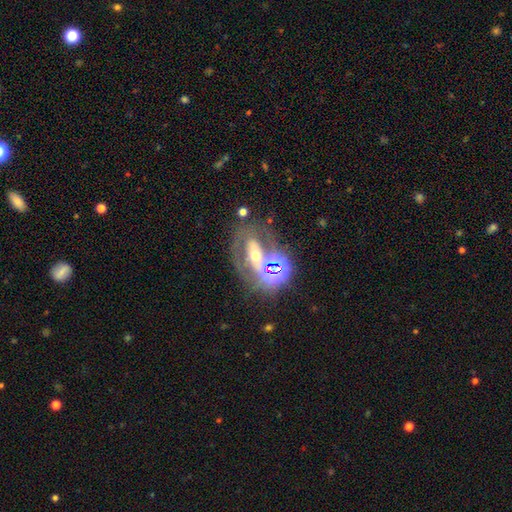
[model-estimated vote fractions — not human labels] A featured or disk galaxy (51%).

Vote fractions:
- Smooth or featured? featured or disk: 51% / star or artifact: 27% / smooth: 22%
- Edge-on disk? no: 92% / yes: 8%
- Merging? none: 53% / merger: 17% / minor disturbance: 16% / major disturbance: 14%